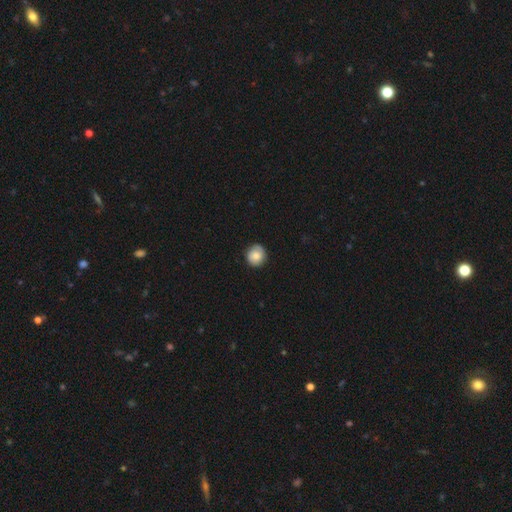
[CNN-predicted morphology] smooth_or_featured: smooth (p=0.79) [alt: featured or disk p=0.14]
how_rounded: round (p=0.90) [alt: in between p=0.09]
merging: none (p=0.83) [alt: minor disturbance p=0.13]